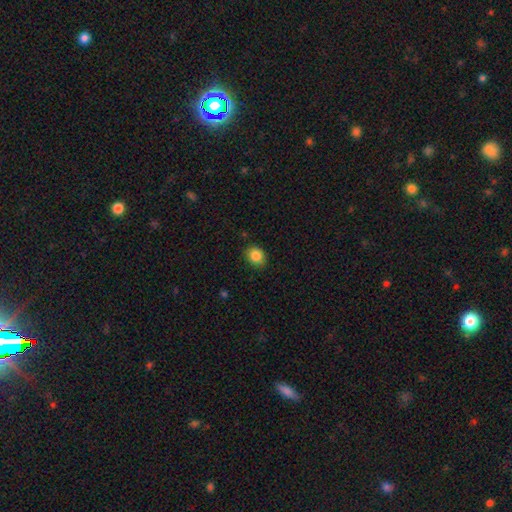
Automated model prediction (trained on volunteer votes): A smooth galaxy with no disk features (85%) that is round (63%).

Vote fractions:
- Smooth or featured? smooth: 85% / star or artifact: 10% / featured or disk: 5%
- How rounded? round: 63% / in between: 36% / cigar-shaped: 1%
- Merging? none: 87% / minor disturbance: 10% / major disturbance: 2% / merger: 1%